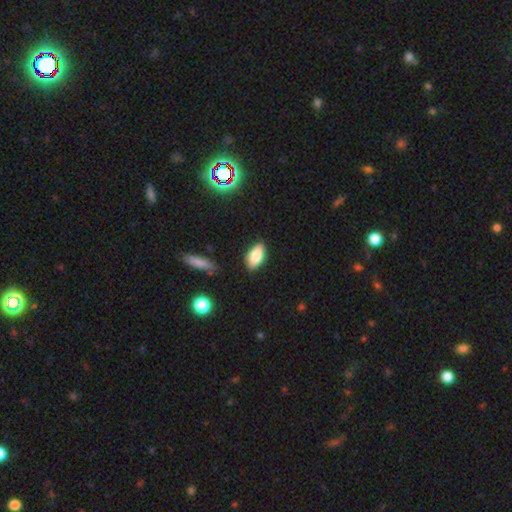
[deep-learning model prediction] Q: Smooth or featured?
A: smooth (81%); runner-up: featured or disk (11%)
Q: How rounded?
A: in between (90%); runner-up: cigar-shaped (7%)
Q: Merging?
A: none (83%); runner-up: minor disturbance (13%)